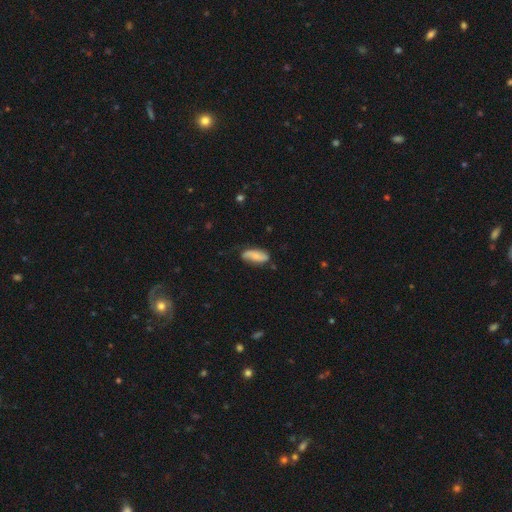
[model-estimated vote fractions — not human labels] smooth-or-featured: smooth: 59% | featured or disk: 34% | star or artifact: 7%
  how-rounded: in between: 79% | cigar-shaped: 19% | round: 3%
  merging: none: 72% | minor disturbance: 22% | major disturbance: 4% | merger: 2%